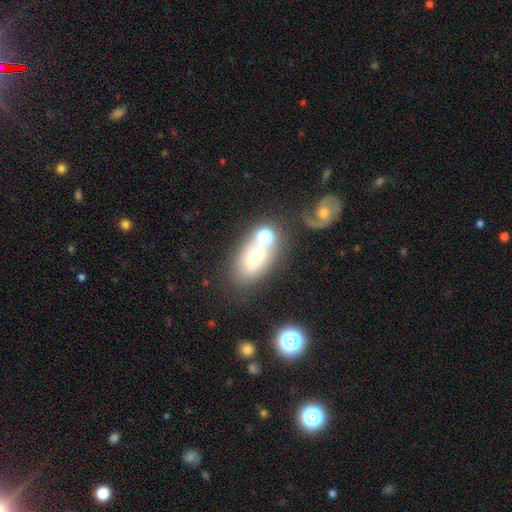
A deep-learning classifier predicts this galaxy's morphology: Smooth or featured: smooth — 45% (featured or disk — 37%)
Merging: none — 47% (merger — 26%)